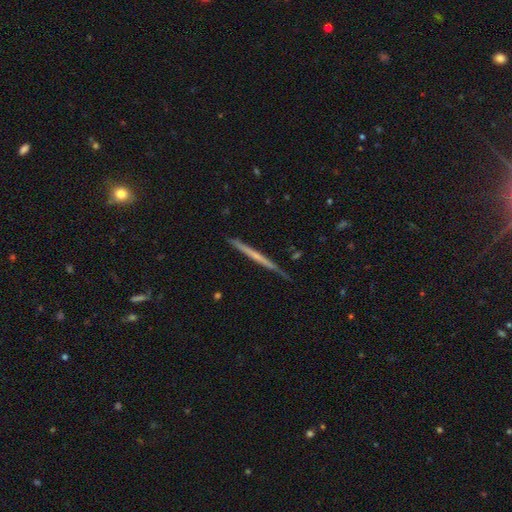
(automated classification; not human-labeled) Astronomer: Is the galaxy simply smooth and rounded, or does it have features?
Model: featured or disk — 60%.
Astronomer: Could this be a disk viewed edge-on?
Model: yes — 98%.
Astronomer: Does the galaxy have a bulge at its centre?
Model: none — 80%.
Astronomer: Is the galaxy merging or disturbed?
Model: none — 85%.